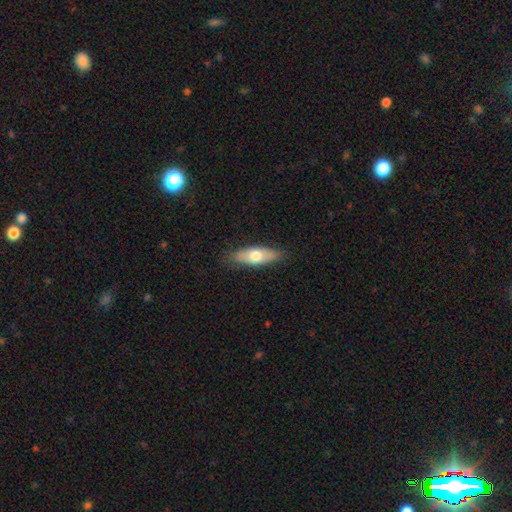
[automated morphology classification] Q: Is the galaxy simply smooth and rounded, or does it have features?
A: smooth — 65%.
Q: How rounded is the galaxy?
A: in between — 68%.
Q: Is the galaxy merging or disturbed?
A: none — 83%.